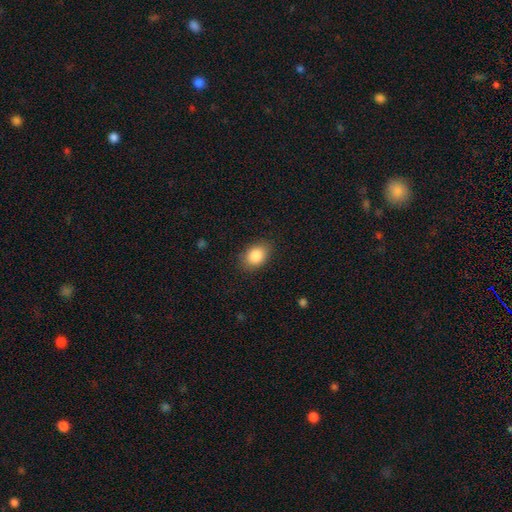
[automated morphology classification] This is clearly a smooth galaxy (87%). How rounded: likely in between (70%). Merging: clearly none (84%).